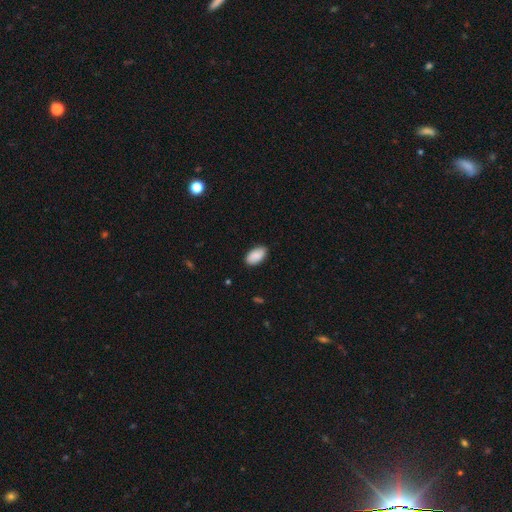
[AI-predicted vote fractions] The model was most divided on "merging": none: 86%, minor disturbance: 11%, major disturbance: 2%, merger: 1%. More confident: how rounded — in between (95%); smooth or featured — smooth (90%).